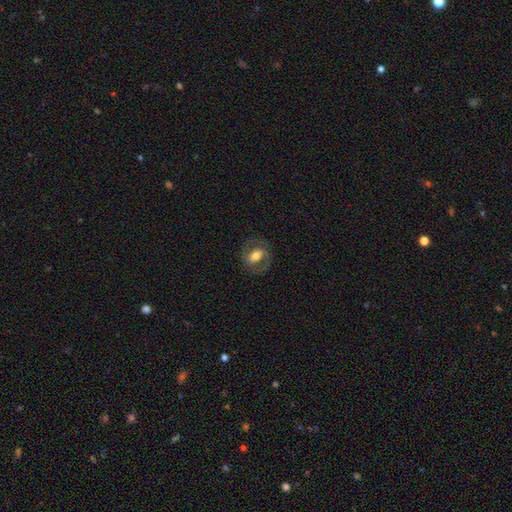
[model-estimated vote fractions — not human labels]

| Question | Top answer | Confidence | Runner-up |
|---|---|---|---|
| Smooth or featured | featured or disk | 58% | smooth (35%) |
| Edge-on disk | no | 95% | yes (5%) |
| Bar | weak | 34% | tied: no (34%) |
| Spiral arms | yes | 66% | no (34%) |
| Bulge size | moderate | 61% | small (19%) |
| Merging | none | 75% | minor disturbance (14%) |